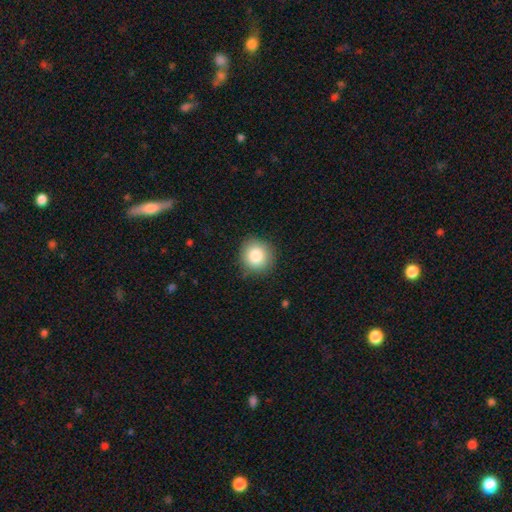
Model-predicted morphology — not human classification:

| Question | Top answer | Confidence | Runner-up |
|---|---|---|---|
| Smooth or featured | smooth | 84% | star or artifact (9%) |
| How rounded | round | 89% | in between (10%) |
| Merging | none | 88% | minor disturbance (9%) |